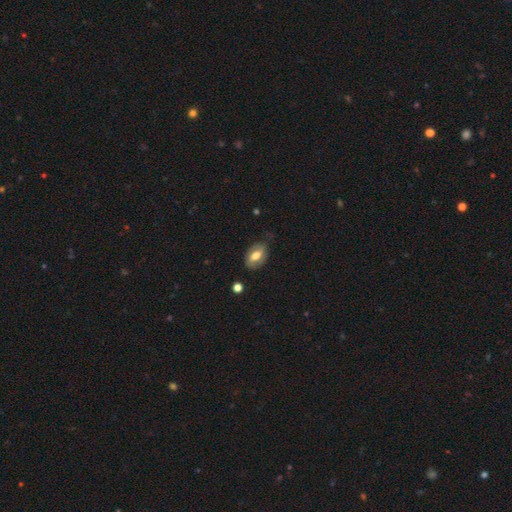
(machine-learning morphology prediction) A smooth galaxy with no disk features (55%) that is in between round and cigar-shaped (88%). Merging: none (69%).